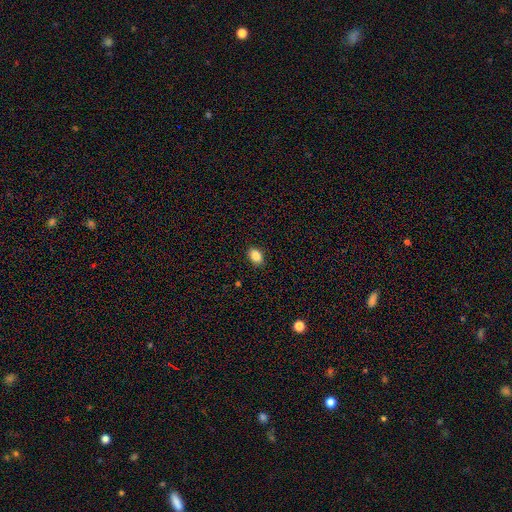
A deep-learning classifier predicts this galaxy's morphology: Smooth or featured? Predicted: smooth (p=0.86). How rounded? Predicted: in between (p=0.79). Merging? Predicted: none (p=0.90).